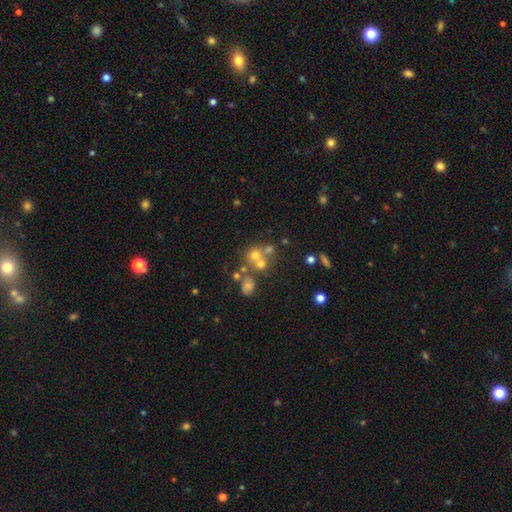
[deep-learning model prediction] smooth_or_featured: smooth (p=0.58) [alt: featured or disk p=0.23]
how_rounded: round (p=0.82) [alt: in between p=0.17]
merging: merger (p=0.45) [alt: none p=0.41]